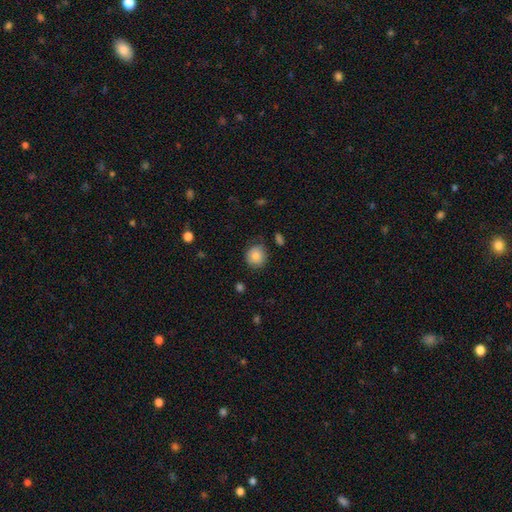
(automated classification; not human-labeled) Overall: smooth (82%). How rounded: round (86%). Merging: none (77%).